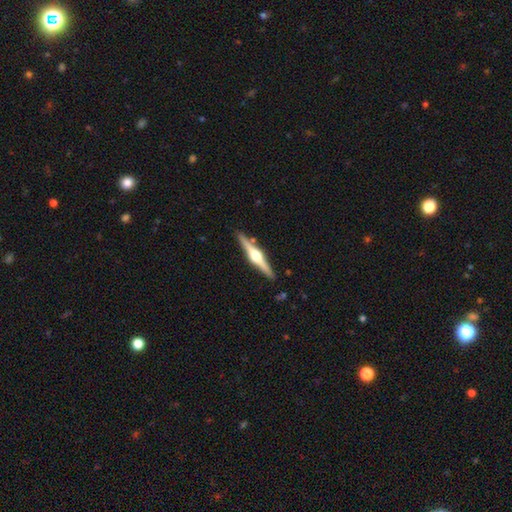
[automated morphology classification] Overall: featured or disk (81%). Edge-on disk: yes (98%). Edge-on bulge: rounded (94%). Merging: none (89%).